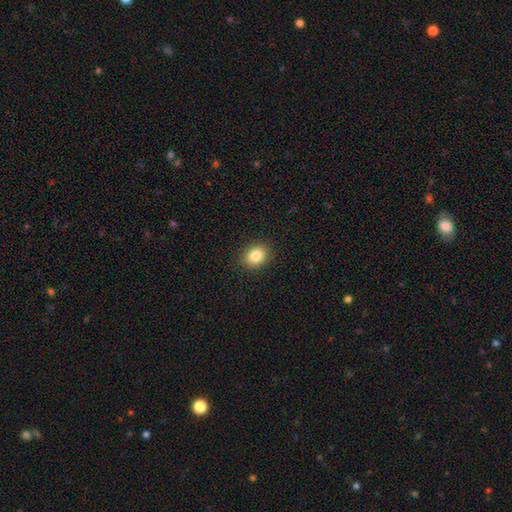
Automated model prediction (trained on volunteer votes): smooth-or-featured: smooth: 85% | star or artifact: 10% | featured or disk: 6%
  how-rounded: in between: 51% | round: 48% | cigar-shaped: 1%
  merging: none: 90% | minor disturbance: 7% | major disturbance: 2% | merger: 1%